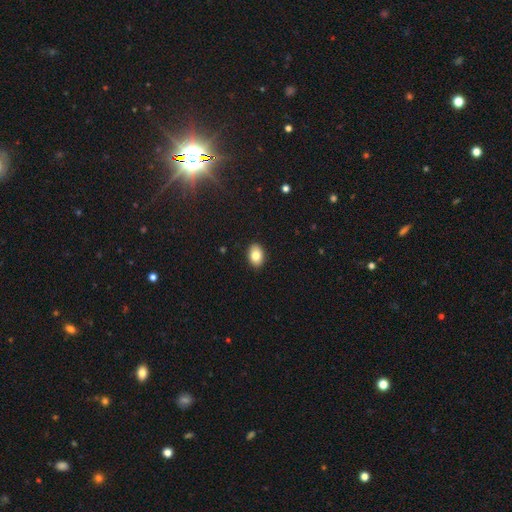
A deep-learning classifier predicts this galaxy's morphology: Smooth or featured? smooth (83%)
How rounded? in between (81%)
Merging? none (90%)